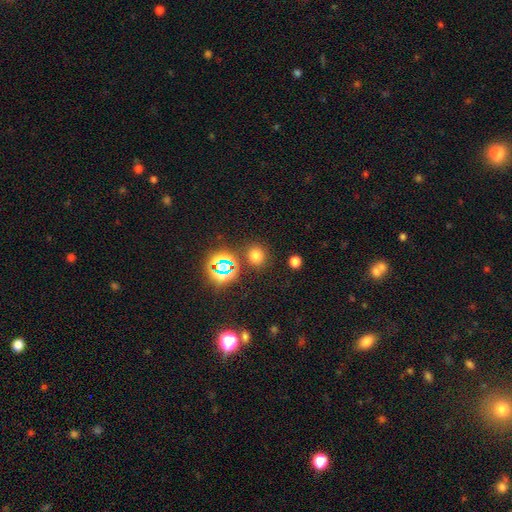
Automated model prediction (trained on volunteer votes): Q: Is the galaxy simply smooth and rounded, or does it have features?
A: smooth — 68%.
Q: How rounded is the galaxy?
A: round — 79%.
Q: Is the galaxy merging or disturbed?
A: none — 85%.